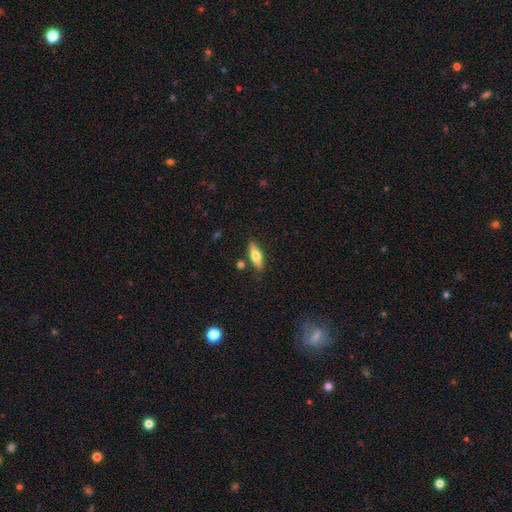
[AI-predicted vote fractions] A smooth galaxy with no disk features (56%) that is cigar-shaped (50%). Merging: none (82%).